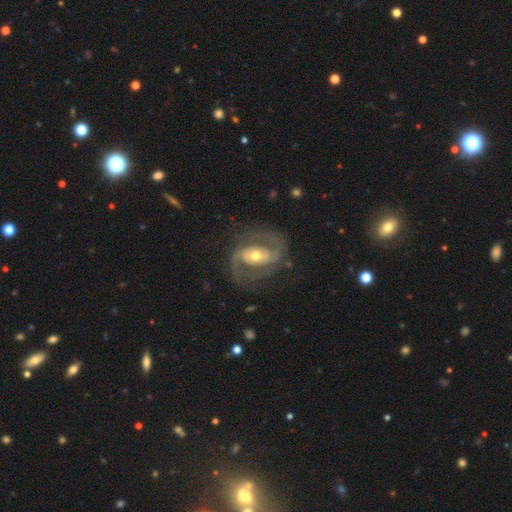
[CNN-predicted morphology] Smooth or featured? Predicted: featured or disk (p=0.89). Edge-on disk? Predicted: no (p=0.97). Bar? Predicted: no (p=0.36). Spiral arms? Predicted: yes (p=0.95). Spiral winding? Predicted: medium (p=0.56). Spiral arm count? Predicted: 2 (p=0.91). Bulge size? Predicted: moderate (p=0.69). Merging? Predicted: none (p=0.76).